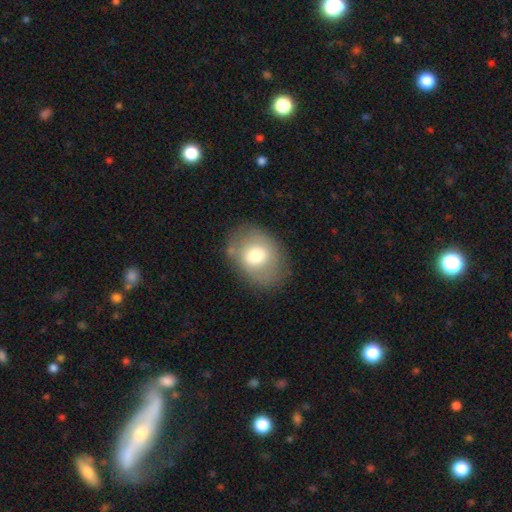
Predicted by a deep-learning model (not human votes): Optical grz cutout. It shows a smooth galaxy with no disk features (68%) that is in between round and cigar-shaped (65%). Merging: none (75%).